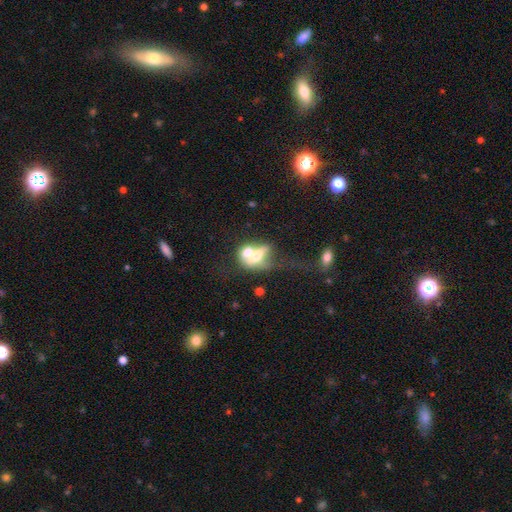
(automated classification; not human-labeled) Smooth or featured? smooth (52%)
How rounded? in between (62%)
Merging? merger (68%)